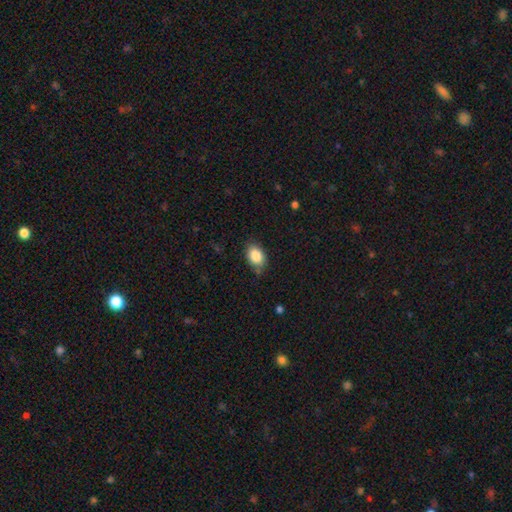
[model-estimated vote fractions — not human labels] smooth_or_featured: smooth (p=0.86) [alt: star or artifact p=0.08]
how_rounded: in between (p=0.83) [alt: round p=0.15]
merging: none (p=0.72) [alt: minor disturbance p=0.22]